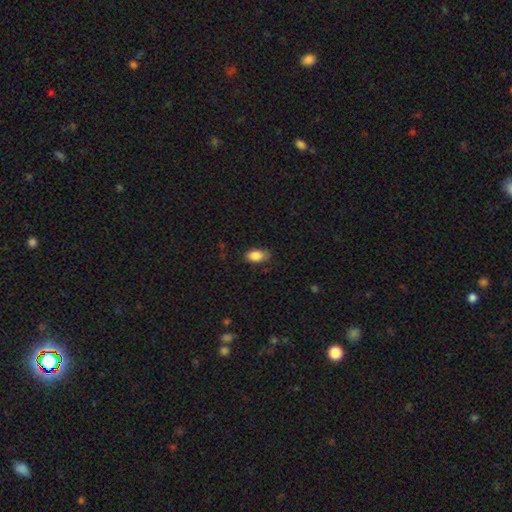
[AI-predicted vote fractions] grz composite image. It shows a smooth galaxy with no disk features (87%) that is in between round and cigar-shaped (91%). Merging: none (74%).